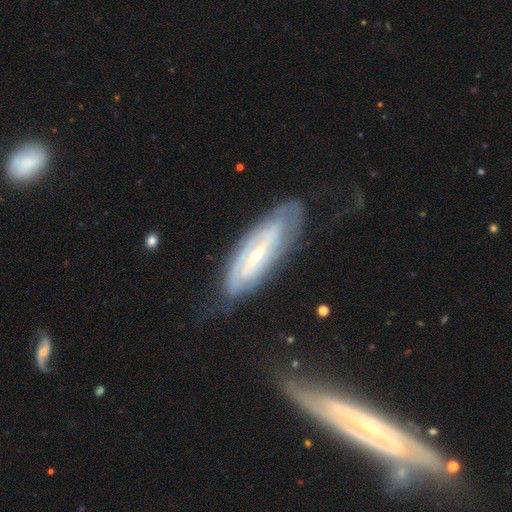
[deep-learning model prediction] Smooth or featured?
  - featured or disk: 79% *
  - smooth: 15%
  - star or artifact: 6%
Edge-on disk?
  - no: 82% *
  - yes: 18%
Bar?
  - weak: 39% * (tied)
  - strong: 39% * (tied)
  - no: 22%
Spiral arms?
  - yes: 87% *
  - no: 13%
Spiral winding?
  - tight: 63% *
  - medium: 28%
  - loose: 9%
Spiral arm count?
  - can't tell: 46% *
  - 2: 37%
  - 3: 7%
  - 1: 4%
  - 4: 4%
  - more than 4: 3%
Bulge size?
  - small: 59% *
  - moderate: 34%
  - none: 3%
  - large: 3%
  - dominant: 1%
Merging?
  - none: 64% *
  - minor disturbance: 24%
  - major disturbance: 10%
  - merger: 2%